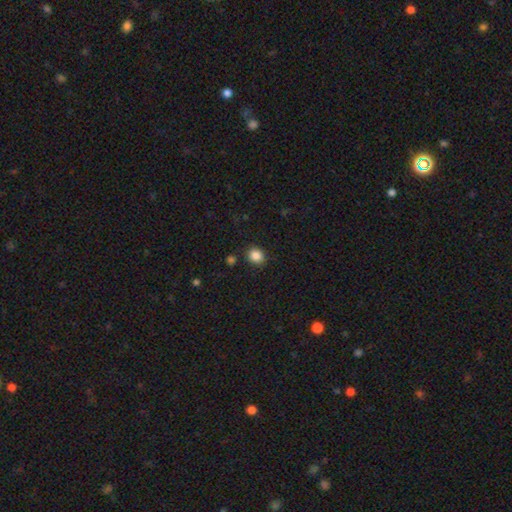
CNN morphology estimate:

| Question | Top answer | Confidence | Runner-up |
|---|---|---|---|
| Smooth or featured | smooth | 86% | star or artifact (10%) |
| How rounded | round | 73% | in between (26%) |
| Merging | none | 87% | minor disturbance (8%) |